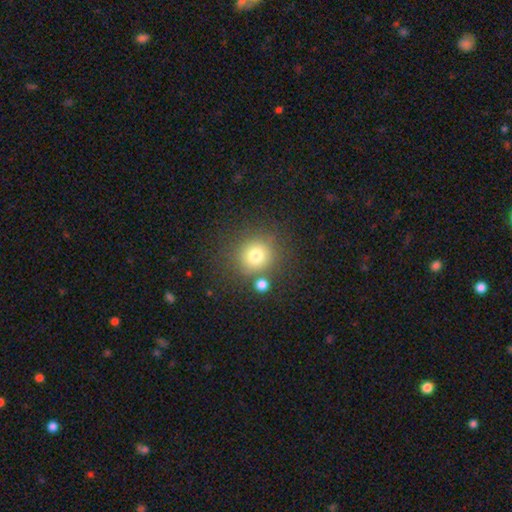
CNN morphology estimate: Smooth or featured: smooth — 75% (star or artifact — 15%)
How rounded: round — 91% (in between — 8%)
Merging: none — 76% (merger — 10%)